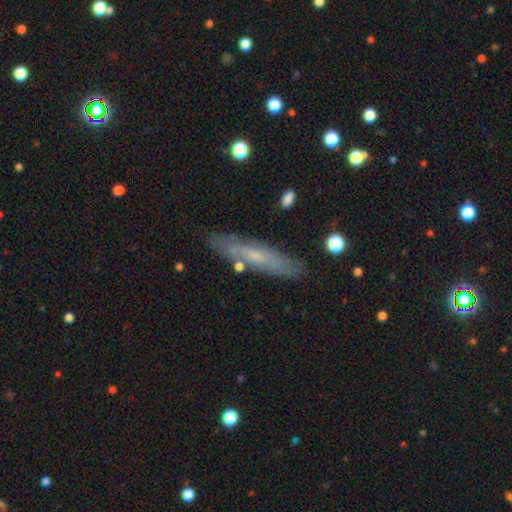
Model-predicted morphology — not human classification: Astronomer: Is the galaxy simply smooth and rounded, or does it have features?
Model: smooth — 47% (runner-up: featured or disk, 45%).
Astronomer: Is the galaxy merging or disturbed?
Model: none — 82%.